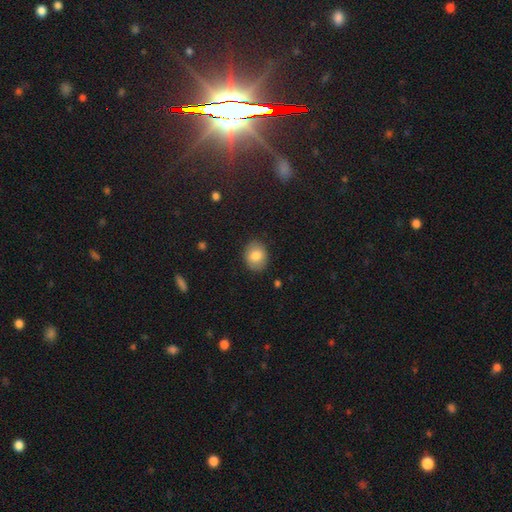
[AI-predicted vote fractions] smooth 82%, featured or disk 10%, star or artifact 8%. Down the decision tree: how rounded — round (53%); merging — none (87%).